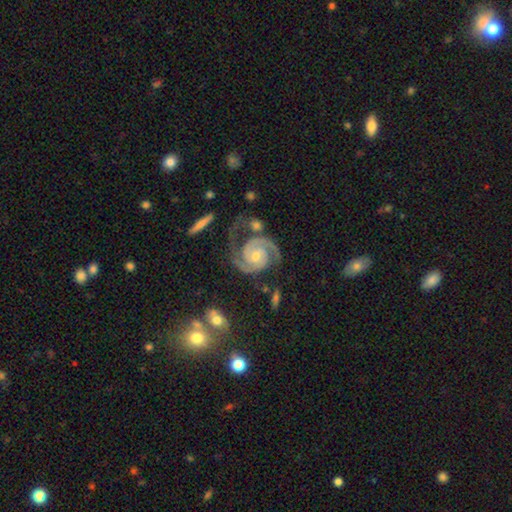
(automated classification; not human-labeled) Smooth or featured?
  - featured or disk: 92% *
  - star or artifact: 5%
  - smooth: 3%
Edge-on disk?
  - no: 98% *
  - yes: 2%
Bar?
  - no: 66% *
  - weak: 24%
  - strong: 10%
Spiral arms?
  - yes: 99% *
  - no: 1%
Spiral winding?
  - tight: 58% *
  - medium: 37%
  - loose: 5%
Spiral arm count?
  - 2: 91% *
  - 3: 4%
  - can't tell: 2%
  - 1: 1%
  - 4: 1%
  - more than 4: 1%
Bulge size?
  - small: 48% *
  - moderate: 47%
  - large: 2%
  - none: 2%
  - dominant: 1%
Merging?
  - none: 70% *
  - minor disturbance: 17%
  - major disturbance: 8%
  - merger: 5%